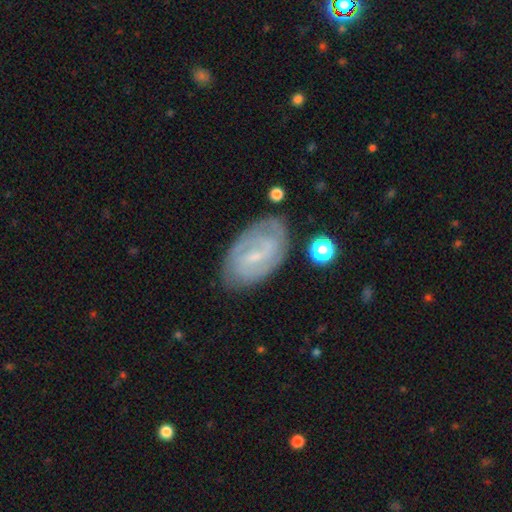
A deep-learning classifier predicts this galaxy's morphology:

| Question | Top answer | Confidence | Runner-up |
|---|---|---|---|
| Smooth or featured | featured or disk | 73% | smooth (20%) |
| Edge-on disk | no | 95% | yes (5%) |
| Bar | weak | 55% | no (23%) |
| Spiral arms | yes | 85% | no (15%) |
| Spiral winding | tight | 48% | medium (37%) |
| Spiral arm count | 2 | 57% | can't tell (28%) |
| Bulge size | small | 72% | moderate (17%) |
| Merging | none | 74% | minor disturbance (19%) |